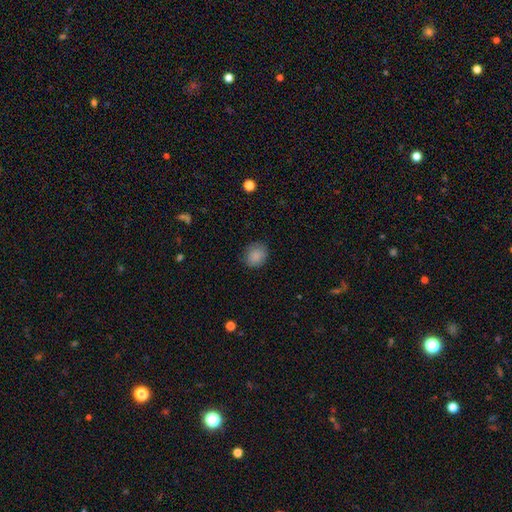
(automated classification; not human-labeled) smooth-or-featured: smooth: 86% | star or artifact: 9% | featured or disk: 5%
  how-rounded: round: 71% | in between: 28% | cigar-shaped: 1%
  merging: none: 83% | minor disturbance: 13% | major disturbance: 3% | merger: 1%